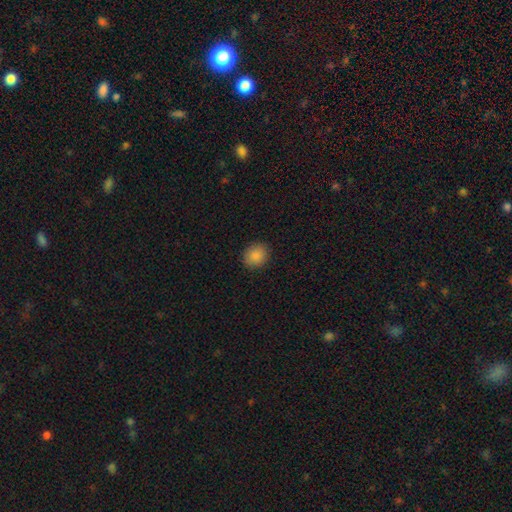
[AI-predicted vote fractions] This is clearly a smooth galaxy (87%). How rounded: likely round (74%). Merging: clearly none (90%).